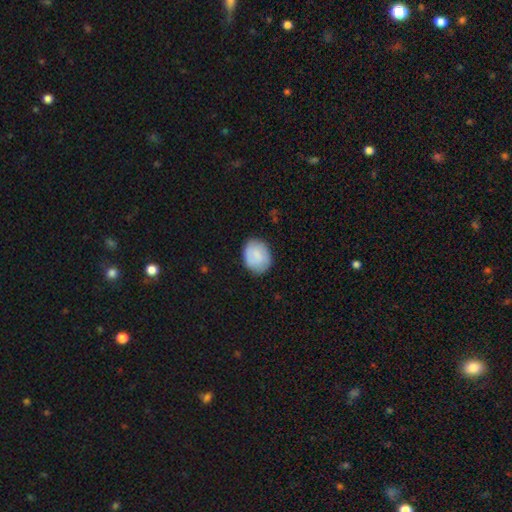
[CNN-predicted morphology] The model was most divided on "how rounded": in between: 52%, round: 47%, cigar-shaped: 1%. More confident: smooth or featured — smooth (84%); merging — none (79%).